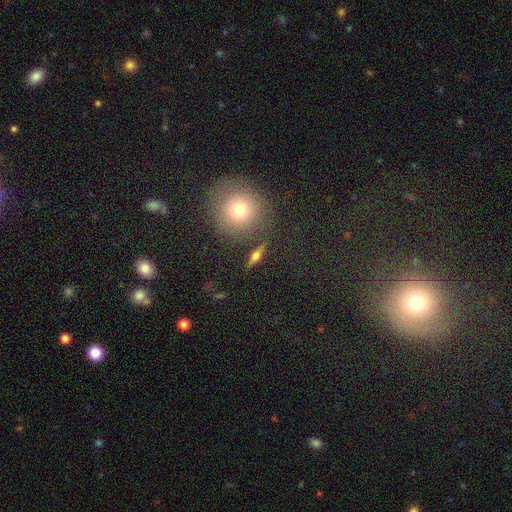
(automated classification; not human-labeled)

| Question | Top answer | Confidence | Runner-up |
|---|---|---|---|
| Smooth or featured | featured or disk | 51% | smooth (37%) |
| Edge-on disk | yes | 88% | no (12%) |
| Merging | none | 85% | minor disturbance (8%) |